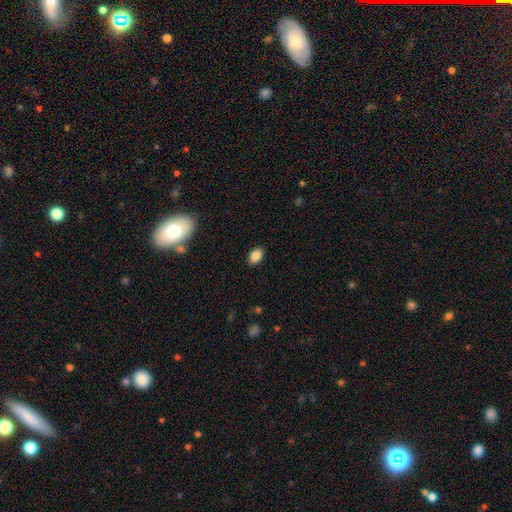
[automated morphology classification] Smooth or featured: smooth — 86% (star or artifact — 9%)
How rounded: in between — 86% (round — 12%)
Merging: none — 88% (minor disturbance — 8%)